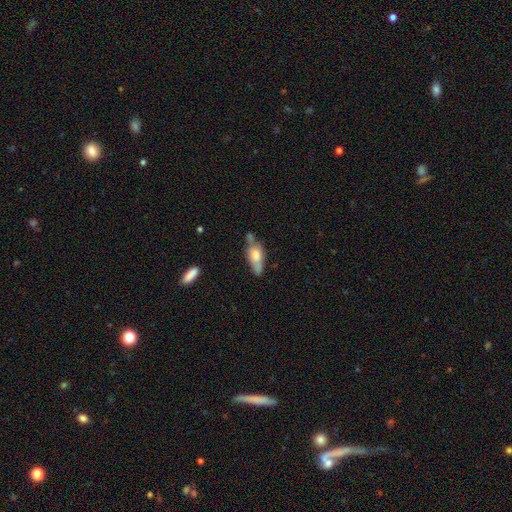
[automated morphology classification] Smooth or featured?
  - smooth: 57% *
  - featured or disk: 36%
  - star or artifact: 7%
How rounded?
  - in between: 63% *
  - cigar-shaped: 34%
  - round: 4%
Merging?
  - none: 48% *
  - minor disturbance: 28%
  - merger: 14%
  - major disturbance: 10%